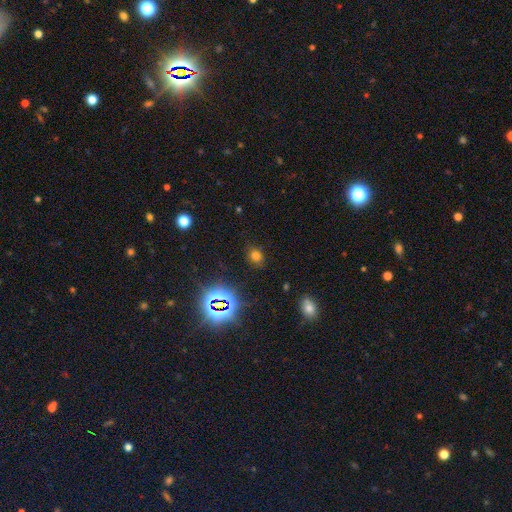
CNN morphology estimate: Smooth or featured? smooth (62%)
How rounded? round (50%)
Merging? none (83%)